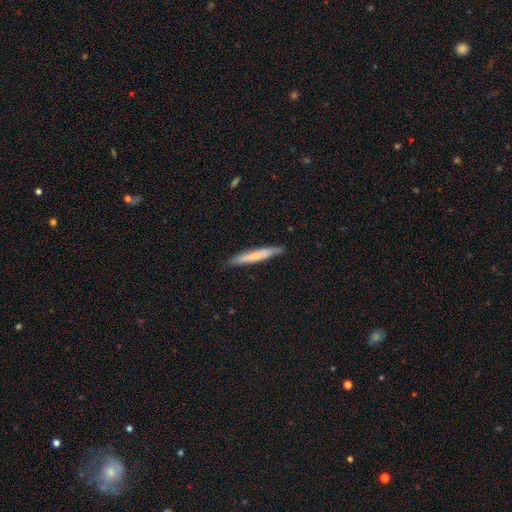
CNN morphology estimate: A smooth galaxy with no disk features (63%) that is cigar-shaped (95%). Merging: none (86%).